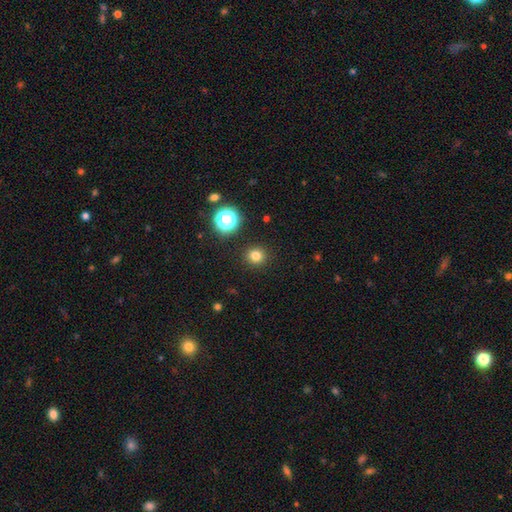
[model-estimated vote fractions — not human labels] smooth-or-featured: smooth: 78% | star or artifact: 16% | featured or disk: 5%
  how-rounded: round: 92% | in between: 7% | cigar-shaped: 1%
  merging: none: 91% | minor disturbance: 5% | major disturbance: 2% | merger: 1%